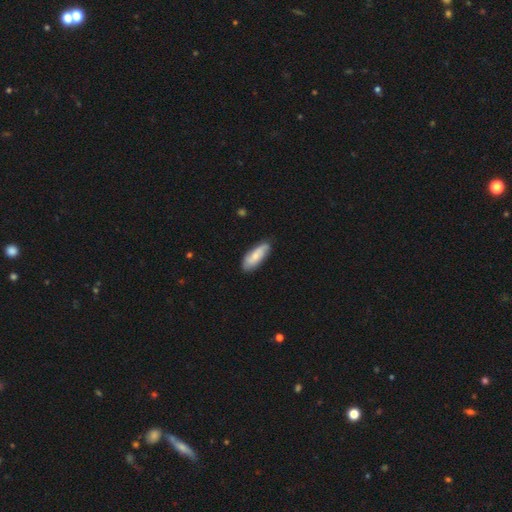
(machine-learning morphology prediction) Smooth or featured? smooth (60%)
How rounded? in between (69%)
Merging? none (80%)